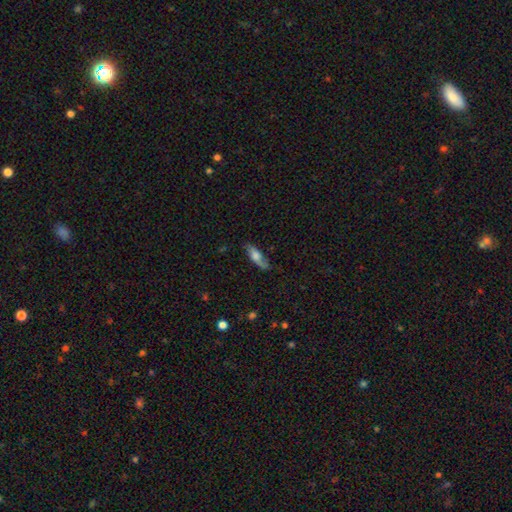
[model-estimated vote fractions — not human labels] Overall: smooth (50%; featured or disk 43%). How rounded: in between (51%; cigar-shaped 46%). Merging: none (73%).